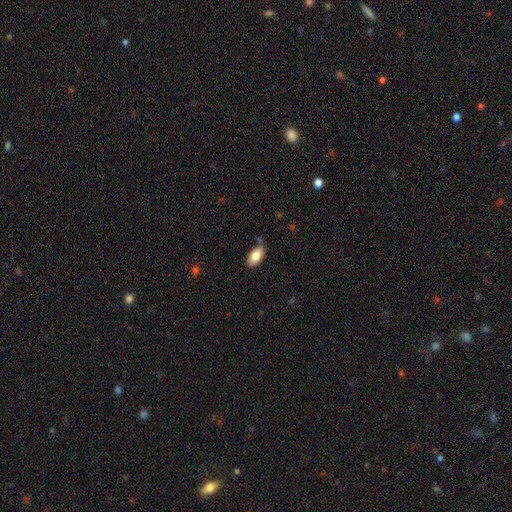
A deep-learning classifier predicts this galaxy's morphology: smooth 82%, featured or disk 11%, star or artifact 7%. Down the decision tree: how rounded — in between (92%); merging — none (82%).